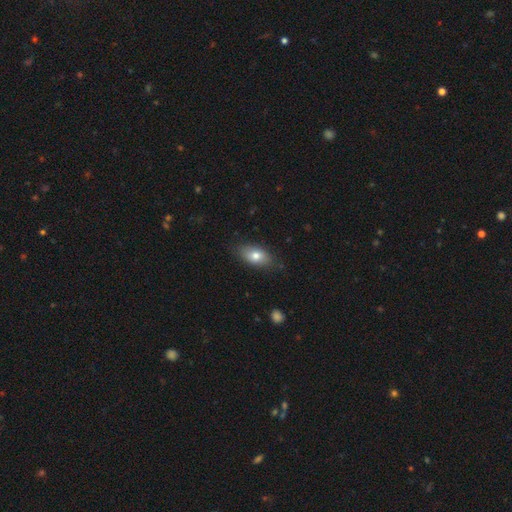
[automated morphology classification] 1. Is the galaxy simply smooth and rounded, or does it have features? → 77% smooth, 16% featured or disk, 7% star or artifact.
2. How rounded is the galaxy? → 88% in between, 7% round, 5% cigar-shaped.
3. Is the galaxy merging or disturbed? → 81% none, 15% minor disturbance, 3% major disturbance, 1% merger.